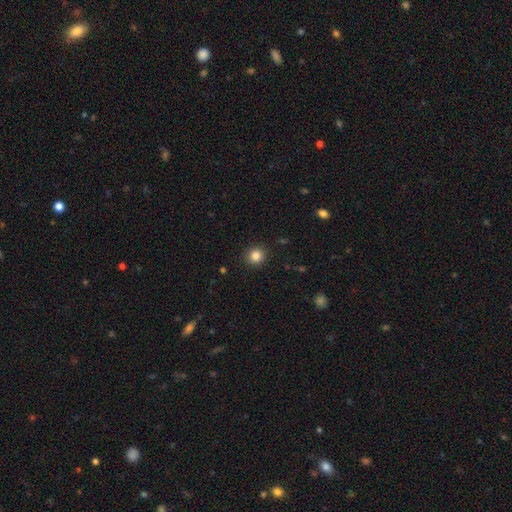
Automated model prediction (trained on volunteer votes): smooth-or-featured: smooth: 84% | star or artifact: 11% | featured or disk: 5%
  how-rounded: round: 91% | in between: 9% | cigar-shaped: 1%
  merging: none: 91% | minor disturbance: 6% | major disturbance: 2% | merger: 1%